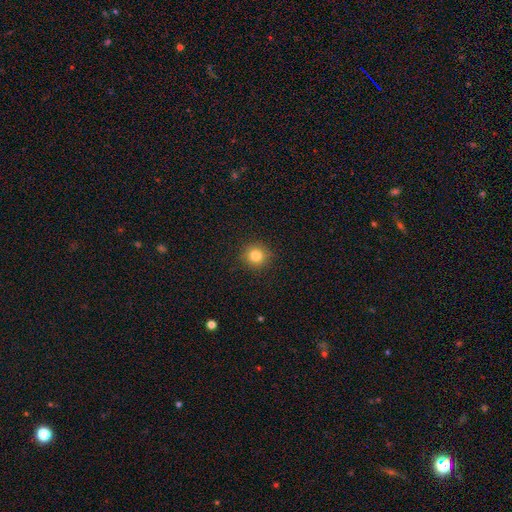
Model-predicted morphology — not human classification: smooth-or-featured: smooth: 83% | star or artifact: 11% | featured or disk: 6%
  how-rounded: round: 92% | in between: 7% | cigar-shaped: 1%
  merging: none: 90% | minor disturbance: 7% | major disturbance: 2% | merger: 1%